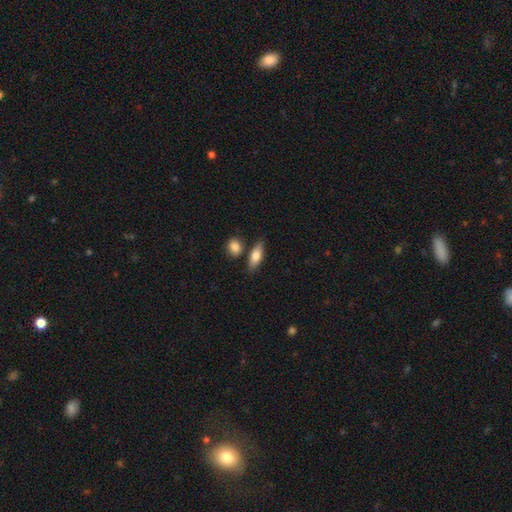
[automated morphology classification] Smooth or featured? smooth (73%)
How rounded? in between (66%)
Merging? none (72%)